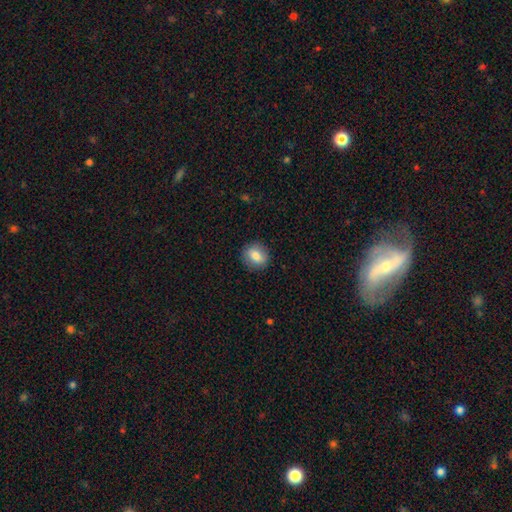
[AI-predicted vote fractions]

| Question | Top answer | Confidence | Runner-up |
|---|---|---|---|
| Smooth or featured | smooth | 79% | featured or disk (12%) |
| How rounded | round | 73% | in between (26%) |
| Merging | none | 88% | minor disturbance (9%) |